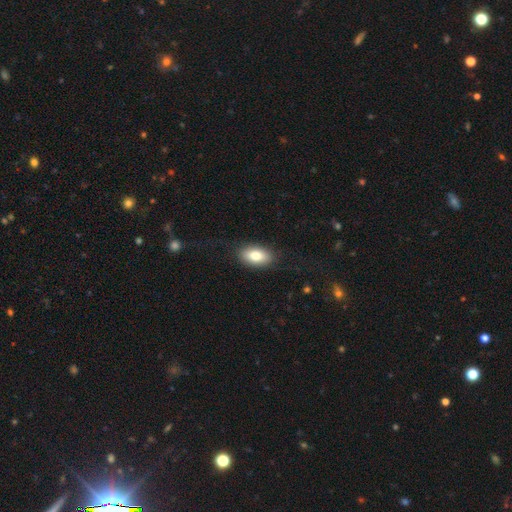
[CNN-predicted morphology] smooth-or-featured: smooth: 81% | featured or disk: 12% | star or artifact: 7%
  how-rounded: in between: 91% | round: 5% | cigar-shaped: 3%
  merging: none: 86% | minor disturbance: 10% | major disturbance: 3% | merger: 1%